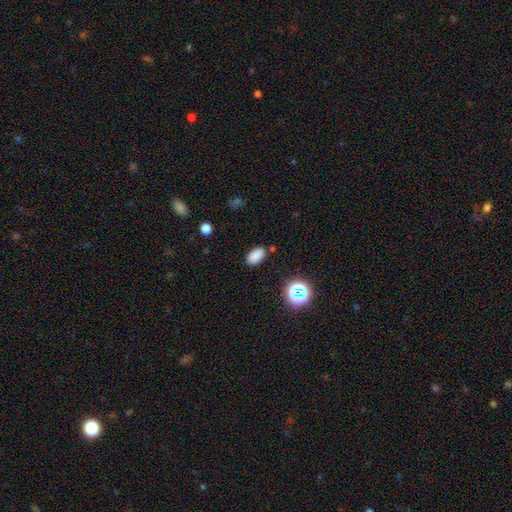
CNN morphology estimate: A smooth galaxy with no disk features (84%) that is in between round and cigar-shaped (92%).

Vote fractions:
- Smooth or featured? smooth: 84% / star or artifact: 12% / featured or disk: 4%
- How rounded? in between: 92% / round: 6% / cigar-shaped: 3%
- Merging? none: 86% / minor disturbance: 10% / major disturbance: 3% / merger: 2%